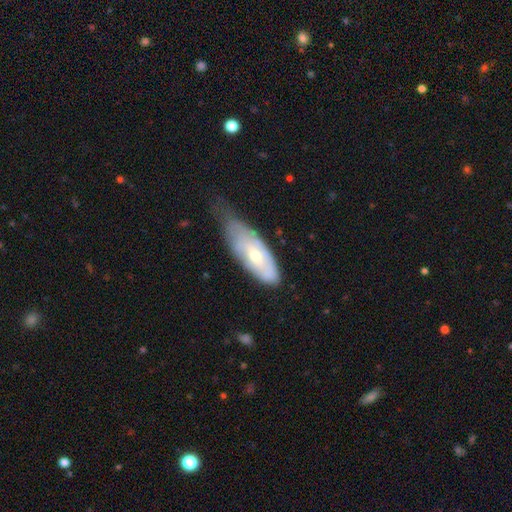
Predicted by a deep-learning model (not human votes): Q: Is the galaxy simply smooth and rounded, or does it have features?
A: featured or disk — 49%.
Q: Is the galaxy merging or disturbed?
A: minor disturbance — 45%.